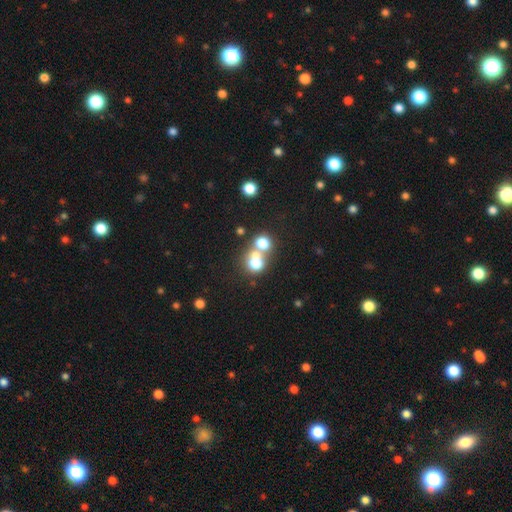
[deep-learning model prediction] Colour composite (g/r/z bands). It shows a smooth galaxy with no disk features (68%) that is round (77%). Merging: merger (55%).